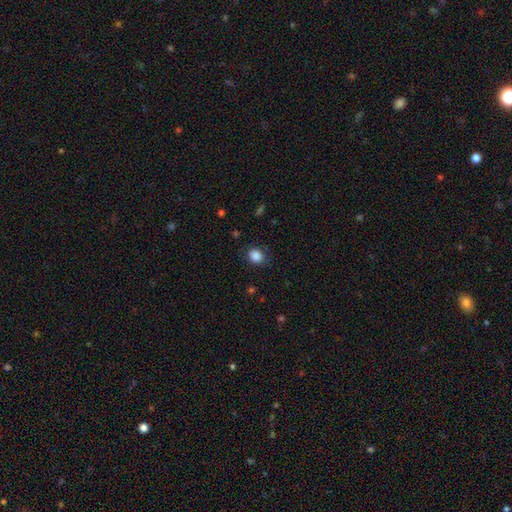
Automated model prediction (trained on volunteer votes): A smooth galaxy with no disk features (86%) that is round (62%).

Vote fractions:
- Smooth or featured? smooth: 86% / star or artifact: 9% / featured or disk: 4%
- How rounded? round: 62% / in between: 37% / cigar-shaped: 1%
- Merging? none: 81% / minor disturbance: 14% / major disturbance: 4% / merger: 1%